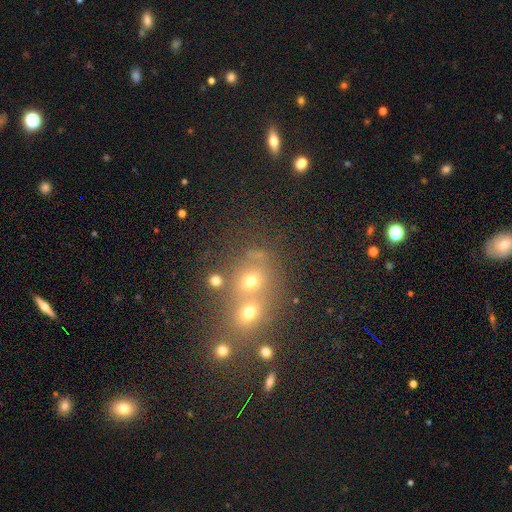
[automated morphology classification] A smooth galaxy with no disk features (56%) that is round (71%). Merging: none (44%).